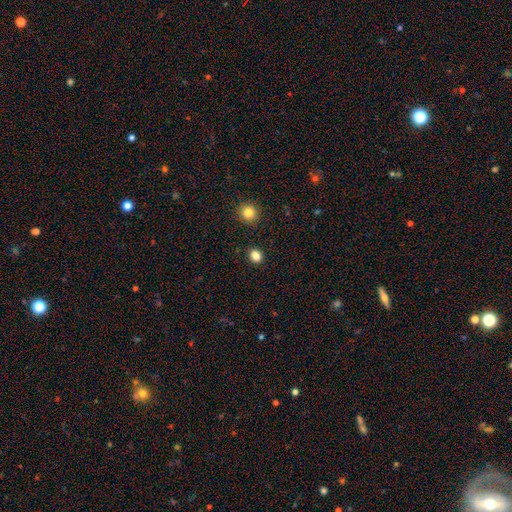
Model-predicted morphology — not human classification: smooth 85%, star or artifact 12%, featured or disk 4%. Down the decision tree: how rounded — round (60%); merging — none (90%).